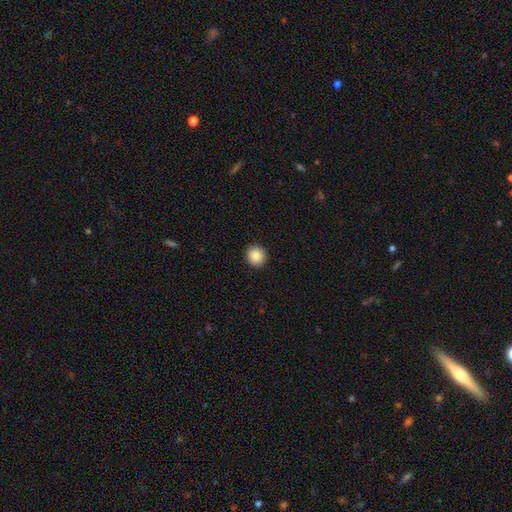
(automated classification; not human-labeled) Morphology: type=smooth (88%); roundness=round (90%); merging=none (92%).